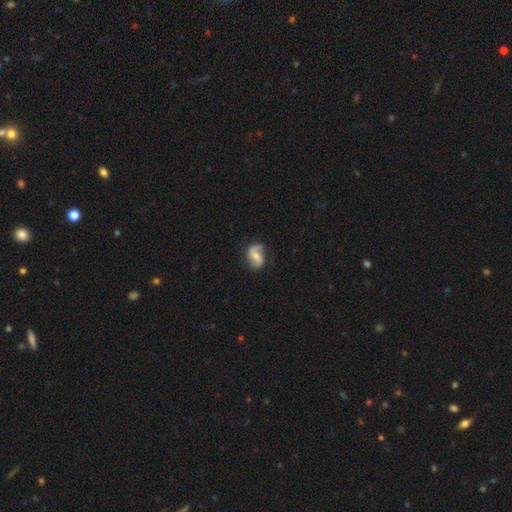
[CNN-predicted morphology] This appears to be a featured or disk galaxy (72%) with a weak bar (43%), 2 (86%) loose (51%) spiral arms (93%) and a moderate central bulge (49%). Merging: none (70%).